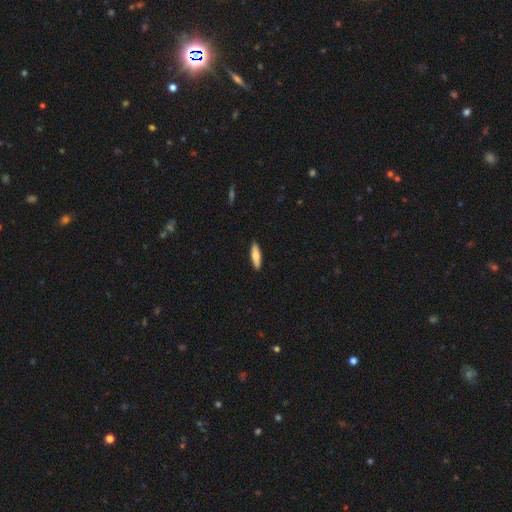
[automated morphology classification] smooth 69%, featured or disk 25%, star or artifact 6%. Down the decision tree: how rounded — cigar-shaped (66%); merging — none (90%).